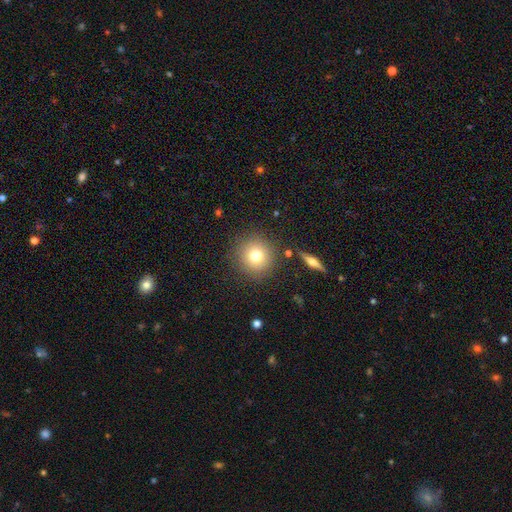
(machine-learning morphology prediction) Q: Smooth or featured?
A: smooth (75%); runner-up: star or artifact (13%)
Q: How rounded?
A: round (93%); runner-up: in between (6%)
Q: Merging?
A: none (87%); runner-up: minor disturbance (8%)